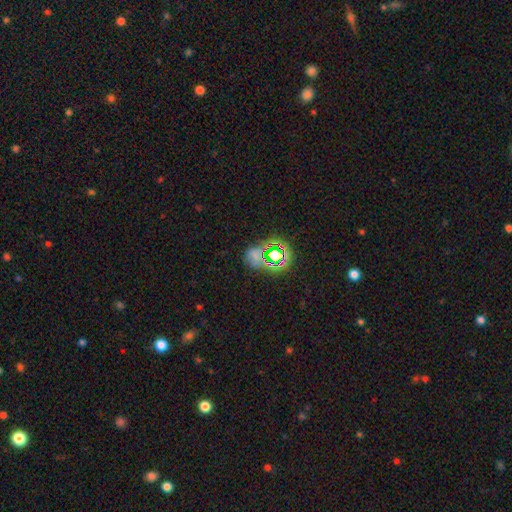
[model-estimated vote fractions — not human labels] A star or artifact, not a galaxy (52%).

Vote fractions:
- Smooth or featured? star or artifact: 52% / smooth: 37% / featured or disk: 11%